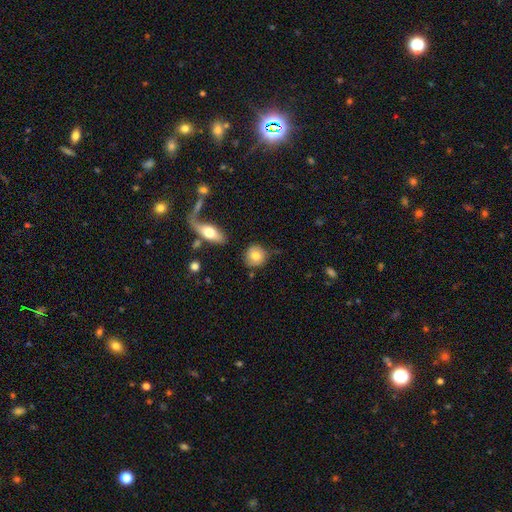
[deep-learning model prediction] The model was most divided on "smooth or featured": smooth: 76%, featured or disk: 16%, star or artifact: 8%. More confident: how rounded — round (87%); merging — none (77%).